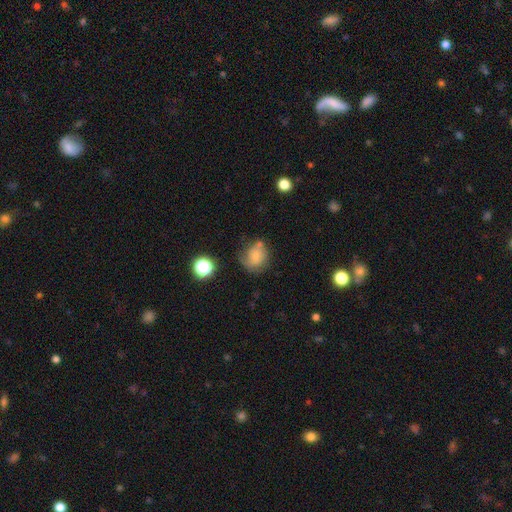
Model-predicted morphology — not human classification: Smooth or featured?
  - smooth: 65% *
  - featured or disk: 22%
  - star or artifact: 13%
How rounded?
  - round: 62% *
  - in between: 37%
  - cigar-shaped: 1%
Merging?
  - none: 43% *
  - minor disturbance: 31%
  - major disturbance: 19%
  - merger: 7%